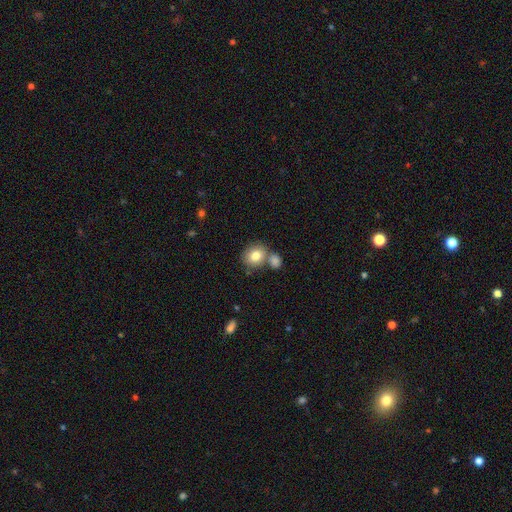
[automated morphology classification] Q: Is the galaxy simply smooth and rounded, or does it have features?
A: smooth — 81%.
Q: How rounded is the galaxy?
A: round — 68%.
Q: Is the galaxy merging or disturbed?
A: none — 56%.